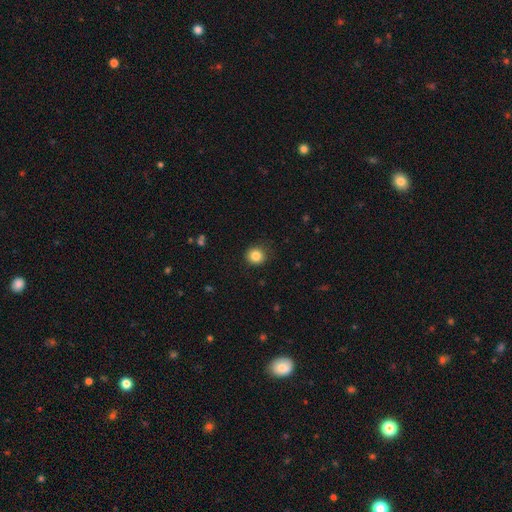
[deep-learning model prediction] Smooth or featured: smooth — 85% (star or artifact — 10%)
How rounded: round — 90% (in between — 9%)
Merging: none — 87% (minor disturbance — 10%)